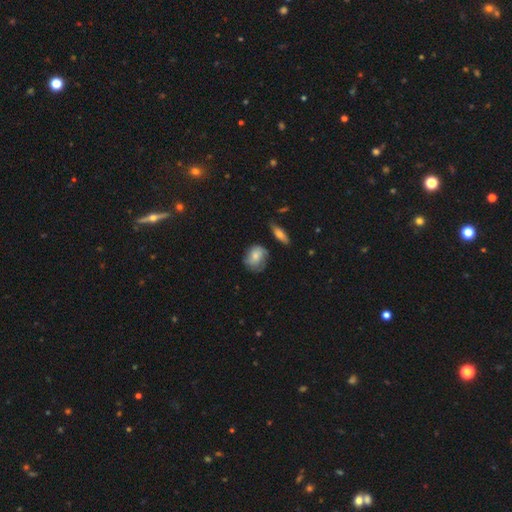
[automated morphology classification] Overall: smooth (54%; featured or disk 38%). How rounded: round (59%; in between 39%). Merging: none (59%; minor disturbance 28%).